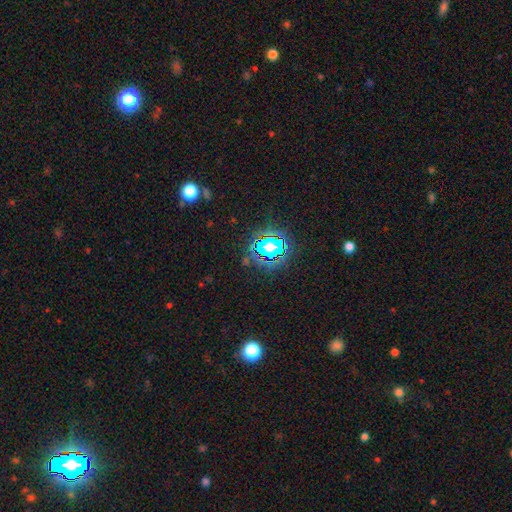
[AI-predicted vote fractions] star or artifact 81%, smooth 12%, featured or disk 8%.